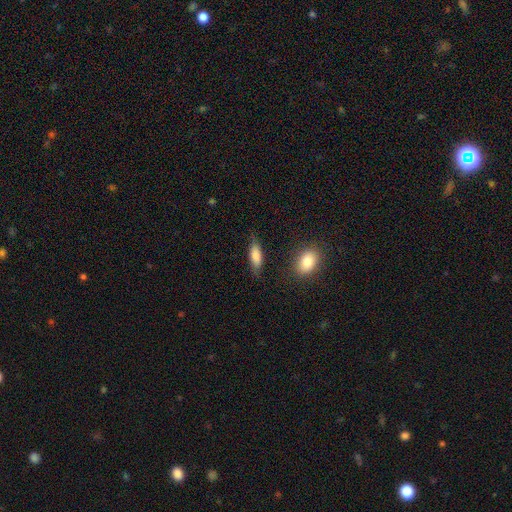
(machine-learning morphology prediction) This is likely a smooth galaxy (79%). How rounded: likely in between (69%). Merging: likely none (71%).